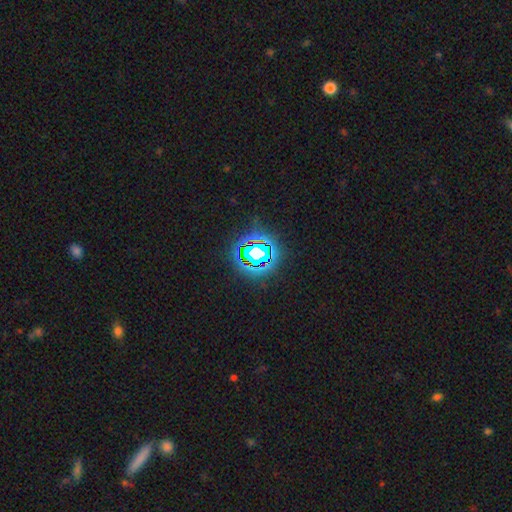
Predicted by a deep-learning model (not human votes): Smooth or featured? star or artifact (71%)